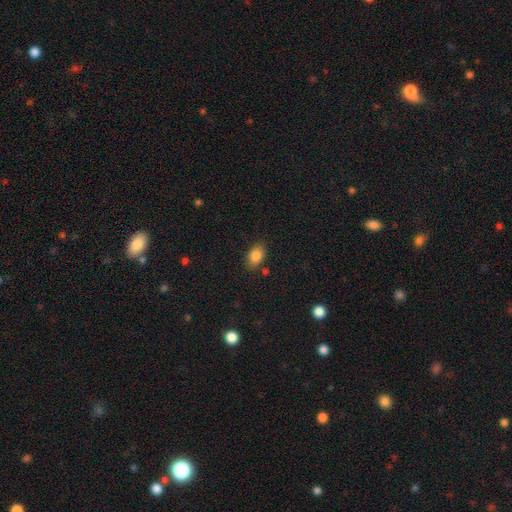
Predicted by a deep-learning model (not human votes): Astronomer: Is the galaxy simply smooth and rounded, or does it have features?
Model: smooth — 84%.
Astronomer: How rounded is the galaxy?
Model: in between — 86%.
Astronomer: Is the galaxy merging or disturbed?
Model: none — 82%.